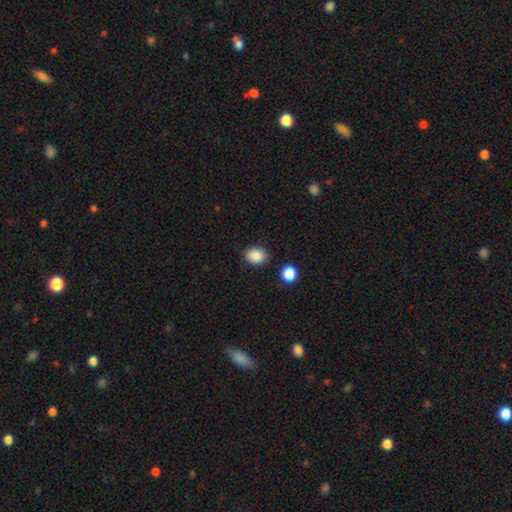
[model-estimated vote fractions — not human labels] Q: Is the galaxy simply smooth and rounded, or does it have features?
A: smooth — 87%.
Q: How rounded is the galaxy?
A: in between — 56%.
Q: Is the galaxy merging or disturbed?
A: none — 85%.